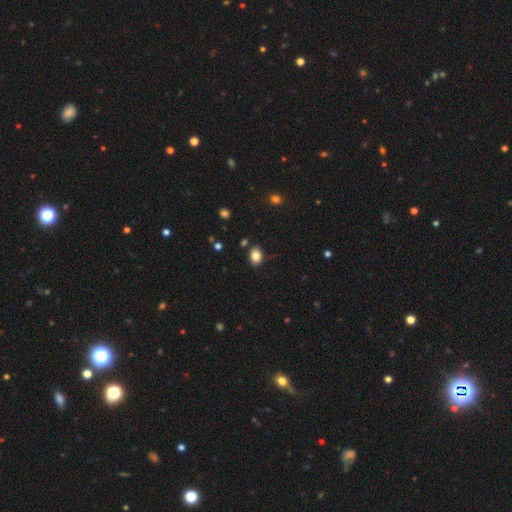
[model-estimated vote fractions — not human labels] Smooth or featured? smooth (84%)
How rounded? in between (78%)
Merging? none (82%)